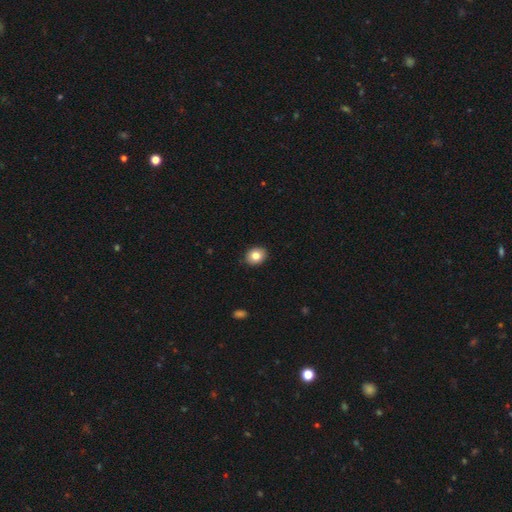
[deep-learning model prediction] Overall: smooth (83%). How rounded: round (52%; in between 47%). Merging: none (90%).